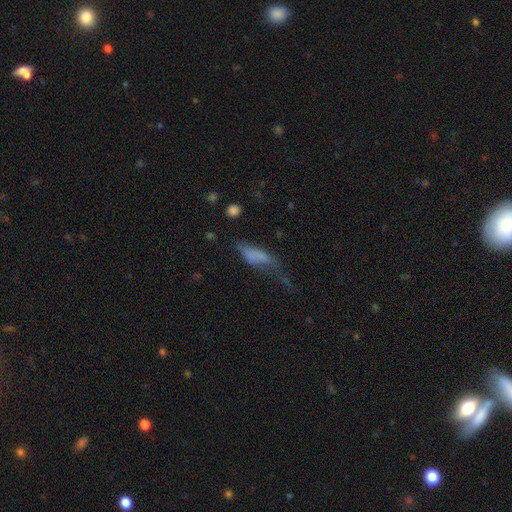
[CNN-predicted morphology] A smooth galaxy with no disk features (64%) that is in between round and cigar-shaped (61%).

Vote fractions:
- Smooth or featured? smooth: 64% / featured or disk: 24% / star or artifact: 12%
- How rounded? in between: 61% / cigar-shaped: 36% / round: 4%
- Merging? major disturbance: 44% / minor disturbance: 25% / none: 22% / merger: 9%